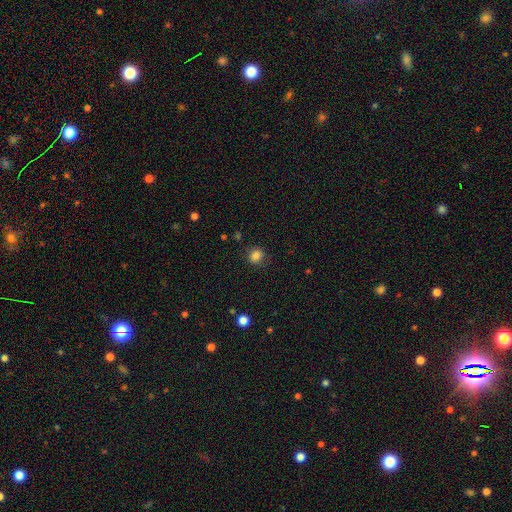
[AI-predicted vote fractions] Smooth or featured? Predicted: smooth (p=0.83). How rounded? Predicted: round (p=0.71). Merging? Predicted: none (p=0.81).